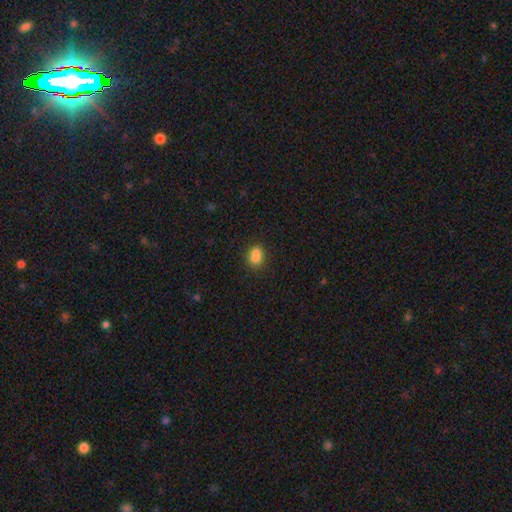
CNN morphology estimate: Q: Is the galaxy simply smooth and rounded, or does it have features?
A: smooth — 80%.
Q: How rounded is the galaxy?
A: in between — 65%.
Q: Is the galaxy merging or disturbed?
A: none — 57%.